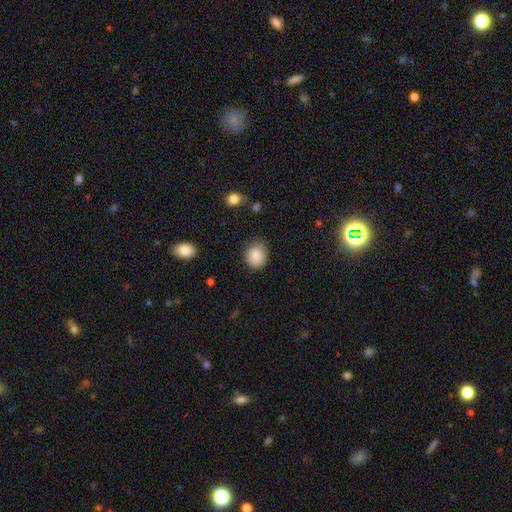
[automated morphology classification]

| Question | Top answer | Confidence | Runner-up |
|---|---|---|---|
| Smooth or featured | smooth | 86% | star or artifact (8%) |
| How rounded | round | 66% | in between (33%) |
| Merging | none | 76% | minor disturbance (19%) |